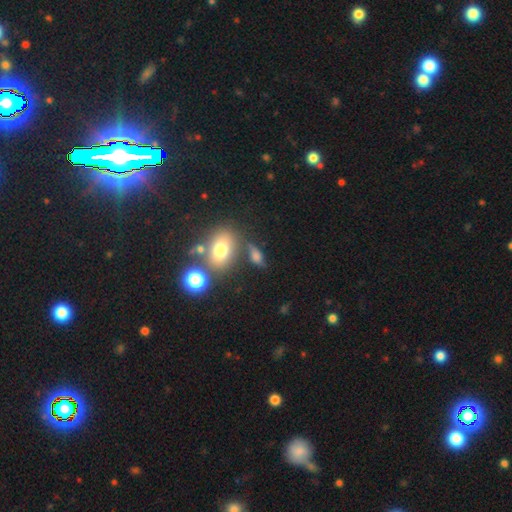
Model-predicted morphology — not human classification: Smooth or featured? Predicted: smooth (p=0.61). How rounded? Predicted: in between (p=0.65). Merging? Predicted: none (p=0.57).